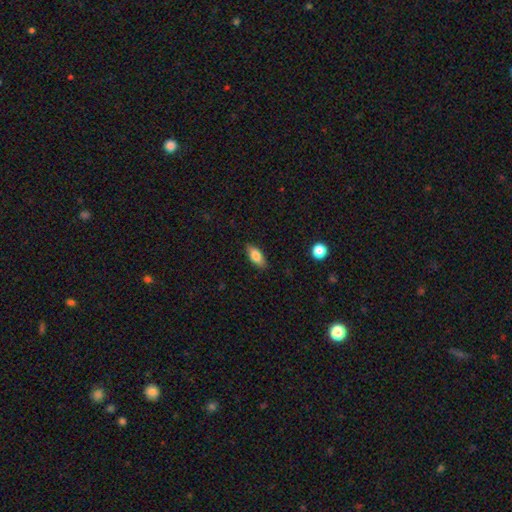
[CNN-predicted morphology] This is clearly a smooth galaxy (81%). How rounded: clearly in between (84%). Merging: clearly none (85%).